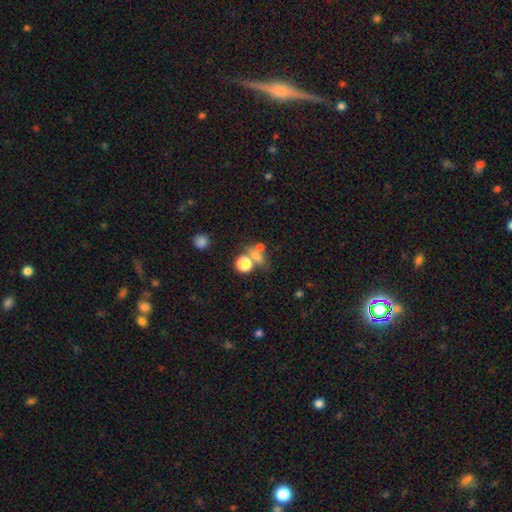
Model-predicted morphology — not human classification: Smooth or featured?
  - smooth: 62% *
  - star or artifact: 24%
  - featured or disk: 13%
How rounded?
  - round: 61% *
  - in between: 32%
  - cigar-shaped: 7%
Merging?
  - none: 47% *
  - merger: 36%
  - minor disturbance: 10%
  - major disturbance: 7%